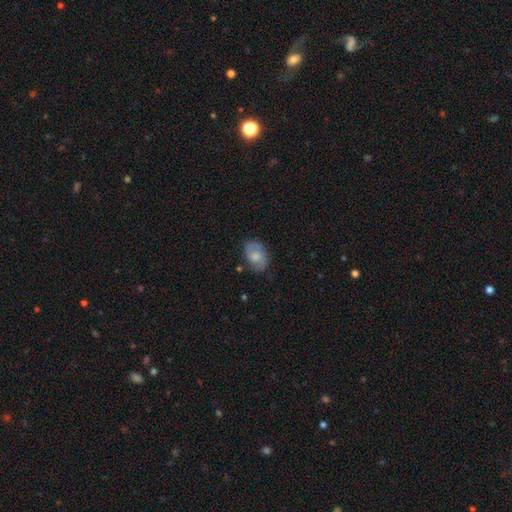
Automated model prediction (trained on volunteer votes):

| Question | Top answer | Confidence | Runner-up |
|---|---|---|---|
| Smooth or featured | smooth | 47% | featured or disk (45%) |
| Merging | none | 70% | minor disturbance (21%) |